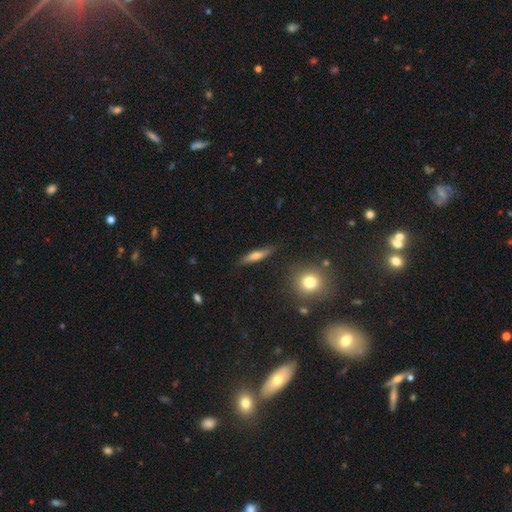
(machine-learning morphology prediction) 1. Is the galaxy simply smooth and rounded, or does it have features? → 62% smooth, 31% featured or disk, 8% star or artifact.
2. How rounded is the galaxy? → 80% cigar-shaped, 17% in between, 4% round.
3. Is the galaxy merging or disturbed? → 82% none, 13% minor disturbance, 3% major disturbance, 2% merger.